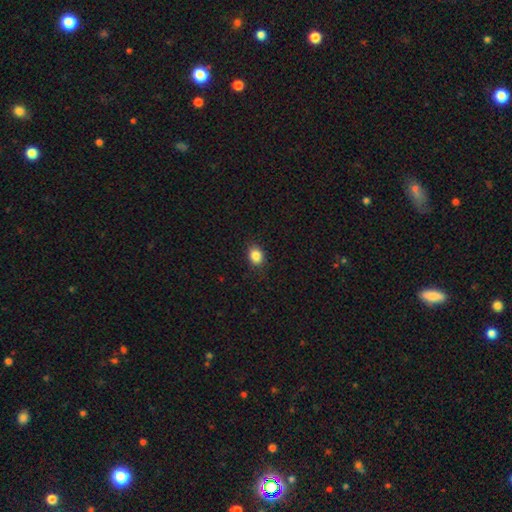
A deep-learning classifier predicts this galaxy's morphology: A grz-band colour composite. It shows a smooth galaxy with no disk features (86%) that is in between round and cigar-shaped (52%). Merging: none (87%).